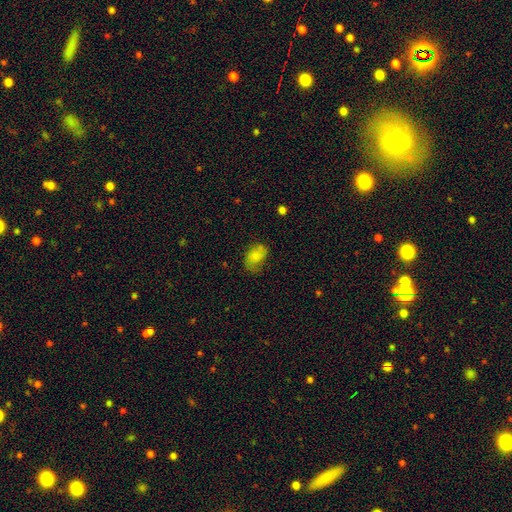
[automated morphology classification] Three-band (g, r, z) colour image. It shows a smooth galaxy with no disk features (68%) that is in between round and cigar-shaped (82%). Merging: none (56%).